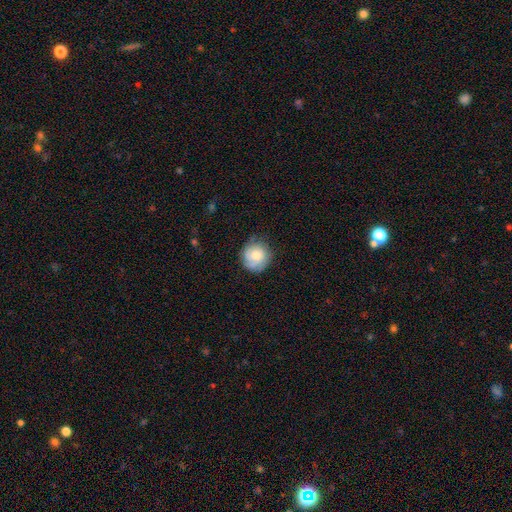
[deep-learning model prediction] smooth_or_featured: smooth (p=0.62) [alt: featured or disk p=0.30]
how_rounded: round (p=0.89) [alt: in between p=0.11]
merging: none (p=0.70) [alt: minor disturbance p=0.23]